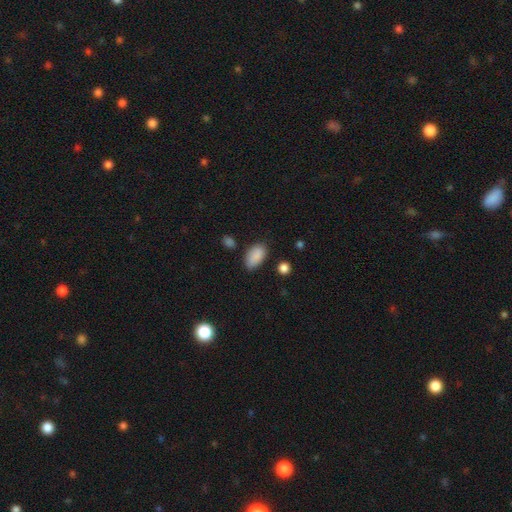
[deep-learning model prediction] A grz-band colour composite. It shows a smooth galaxy with no disk features (89%) that is in between round and cigar-shaped (93%). Merging: none (77%).